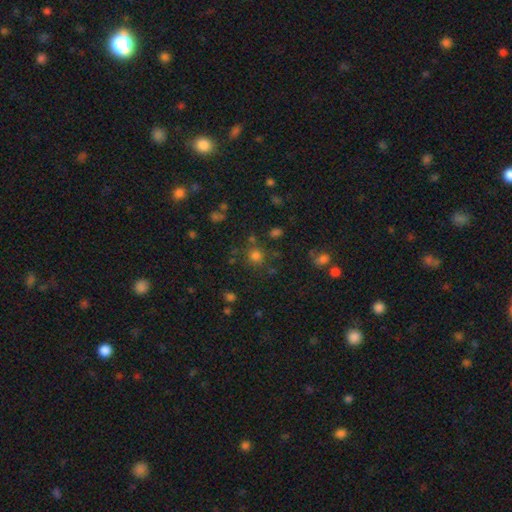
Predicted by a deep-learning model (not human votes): Smooth or featured? smooth (74%)
How rounded? round (90%)
Merging? none (76%)